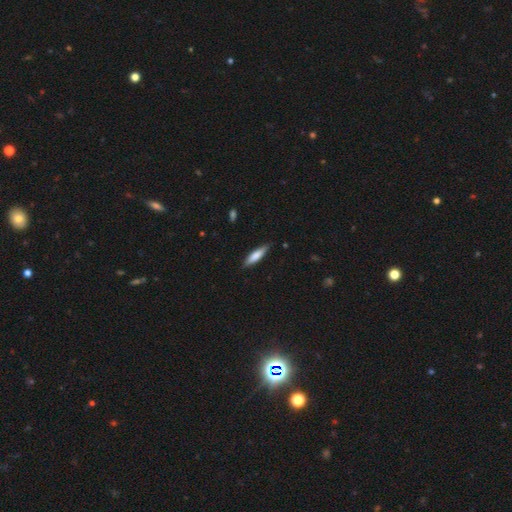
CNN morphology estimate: Q: Smooth or featured?
A: smooth (73%); runner-up: featured or disk (22%)
Q: How rounded?
A: cigar-shaped (75%); runner-up: in between (23%)
Q: Merging?
A: none (85%); runner-up: minor disturbance (12%)